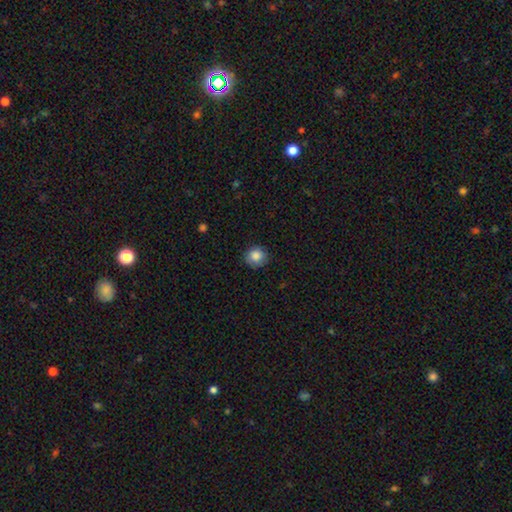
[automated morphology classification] Smooth or featured?
  - smooth: 85% *
  - star or artifact: 9%
  - featured or disk: 6%
How rounded?
  - round: 88% *
  - in between: 11%
  - cigar-shaped: 1%
Merging?
  - none: 84% *
  - minor disturbance: 13%
  - major disturbance: 2%
  - merger: 1%